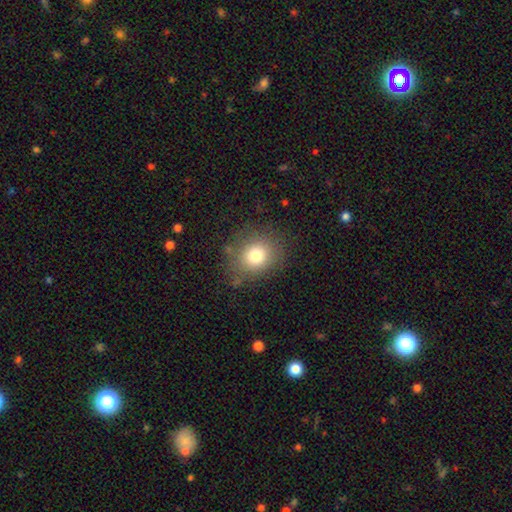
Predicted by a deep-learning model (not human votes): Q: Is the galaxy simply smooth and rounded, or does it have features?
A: smooth — 77%.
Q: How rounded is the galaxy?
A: round — 76%.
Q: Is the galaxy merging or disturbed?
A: none — 78%.